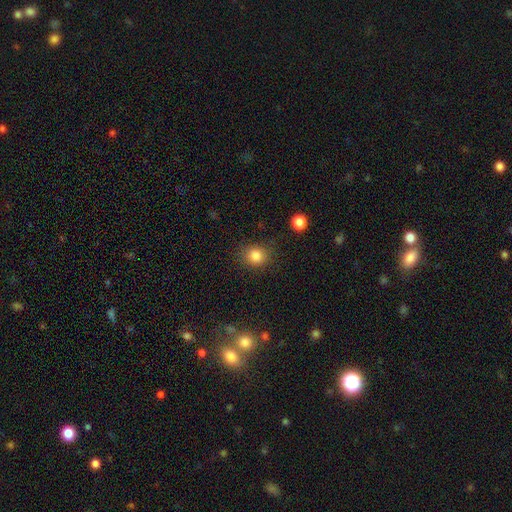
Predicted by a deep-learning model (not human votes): Smooth or featured: smooth — 84% (star or artifact — 11%)
How rounded: round — 75% (in between — 24%)
Merging: none — 83% (minor disturbance — 11%)